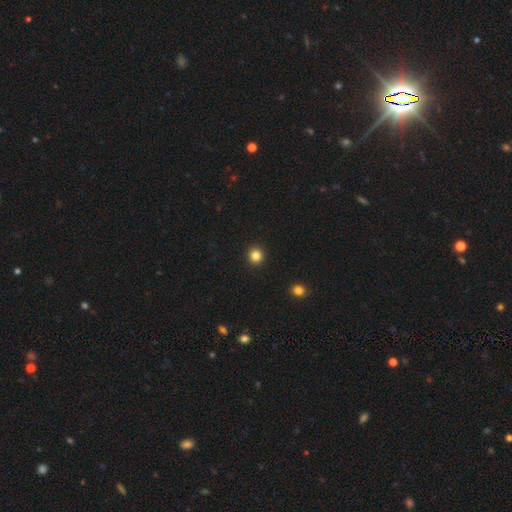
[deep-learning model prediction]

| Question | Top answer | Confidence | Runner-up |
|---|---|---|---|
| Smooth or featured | smooth | 84% | star or artifact (12%) |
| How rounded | round | 93% | in between (6%) |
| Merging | none | 93% | minor disturbance (4%) |